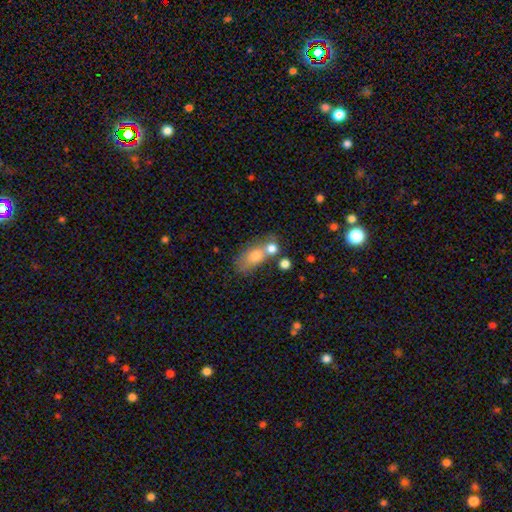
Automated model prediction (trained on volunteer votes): This appears to be a smooth galaxy with no disk features (72%) that is in between round and cigar-shaped (73%). Merging: merger (46%).